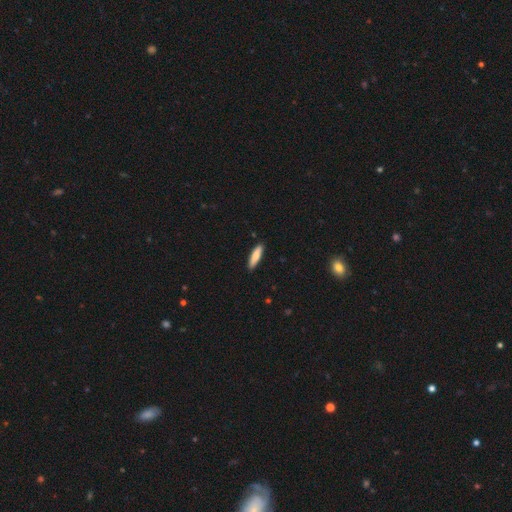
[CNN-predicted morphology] smooth_or_featured: smooth (p=0.80) [alt: featured or disk p=0.14]
how_rounded: cigar-shaped (p=0.72) [alt: in between p=0.26]
merging: none (p=0.90) [alt: minor disturbance p=0.08]